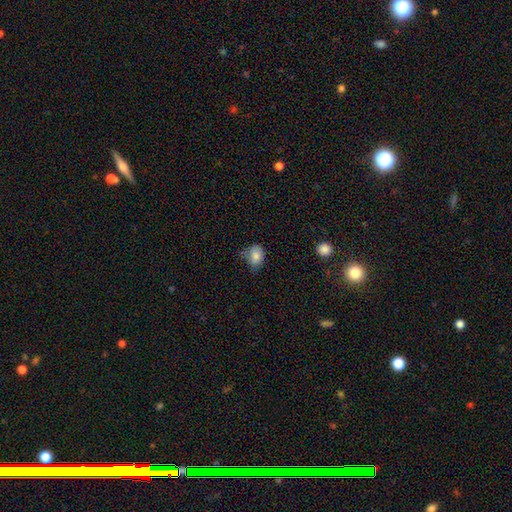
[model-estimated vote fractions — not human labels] Smooth or featured?
  - smooth: 83% *
  - star or artifact: 9%
  - featured or disk: 8%
How rounded?
  - in between: 60% *
  - round: 39%
  - cigar-shaped: 1%
Merging?
  - none: 51% *
  - minor disturbance: 36%
  - major disturbance: 10%
  - merger: 3%